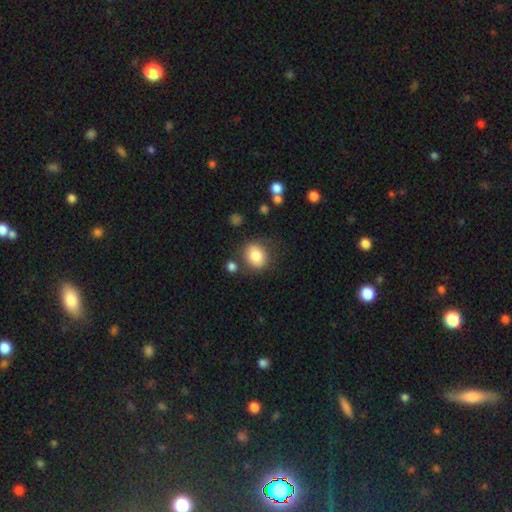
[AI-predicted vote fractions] Smooth or featured? Predicted: smooth (p=0.84). How rounded? Predicted: round (p=0.63). Merging? Predicted: none (p=0.75).